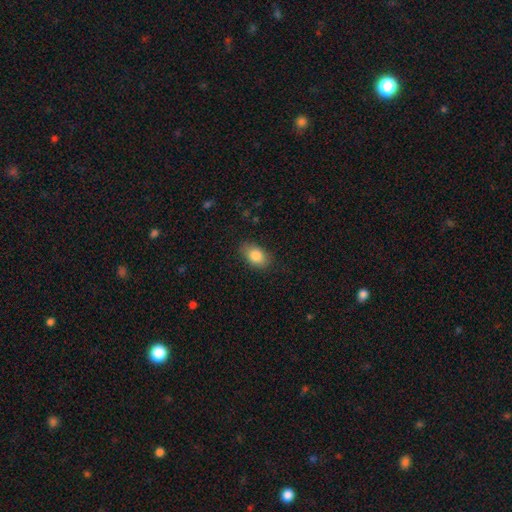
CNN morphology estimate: Overall: smooth (85%). How rounded: in between (86%). Merging: none (84%).